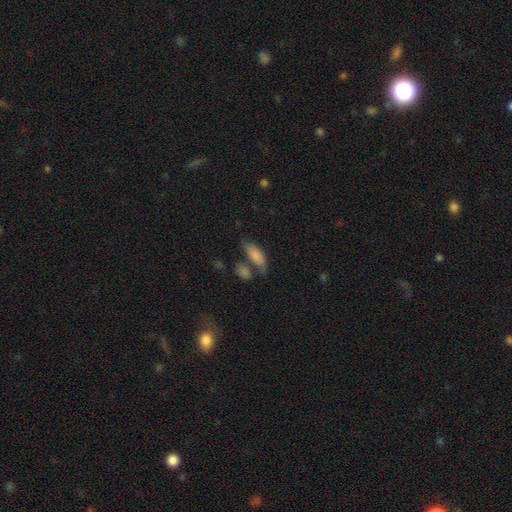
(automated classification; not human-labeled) smooth-or-featured: smooth: 81% | featured or disk: 12% | star or artifact: 8%
  how-rounded: in between: 78% | cigar-shaped: 19% | round: 3%
  merging: none: 43% | merger: 28% | minor disturbance: 19% | major disturbance: 10%